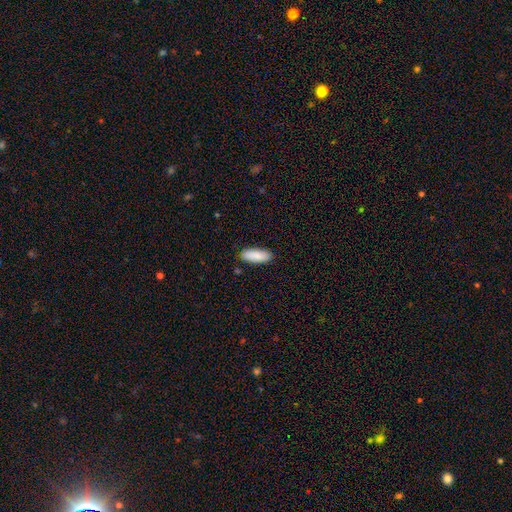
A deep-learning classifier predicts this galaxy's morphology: smooth-or-featured: smooth: 88% | featured or disk: 6% | star or artifact: 6%
  how-rounded: in between: 71% | cigar-shaped: 27% | round: 2%
  merging: none: 88% | minor disturbance: 9% | major disturbance: 2% | merger: 1%